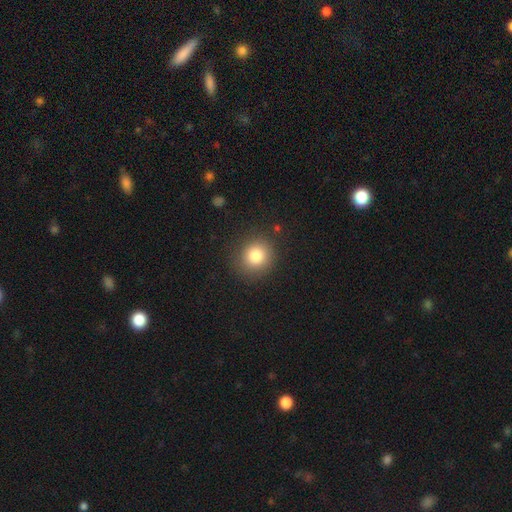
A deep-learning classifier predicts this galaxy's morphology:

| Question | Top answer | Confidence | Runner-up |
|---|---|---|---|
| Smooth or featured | smooth | 81% | star or artifact (11%) |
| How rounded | round | 86% | in between (13%) |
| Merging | none | 87% | minor disturbance (8%) |